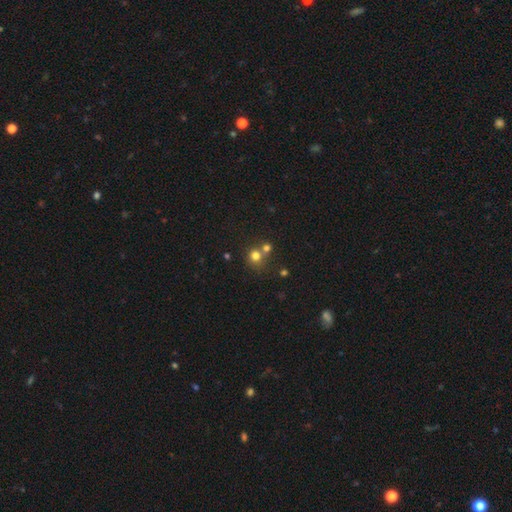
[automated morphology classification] A smooth galaxy with no disk features (75%) that is round (85%). Merging: none (48%).